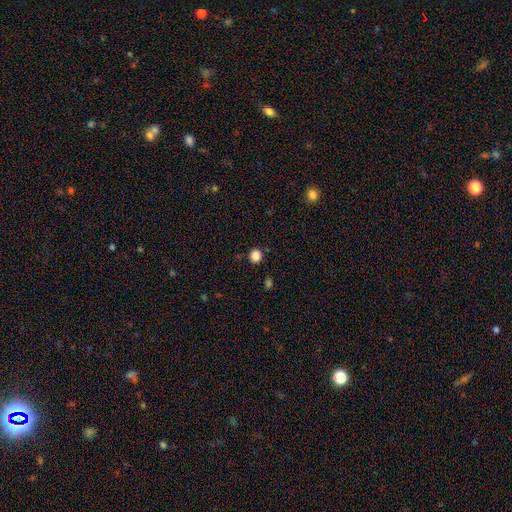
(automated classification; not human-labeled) Morphology: type=smooth (84%); roundness=round (82%); merging=none (87%).